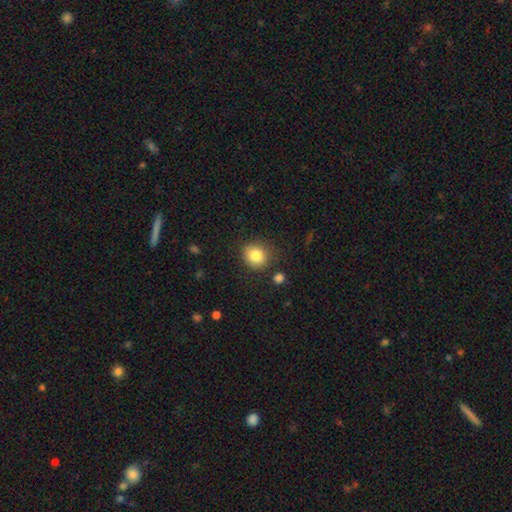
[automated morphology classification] This is clearly a smooth galaxy (83%). How rounded: likely round (77%). Merging: clearly none (82%).